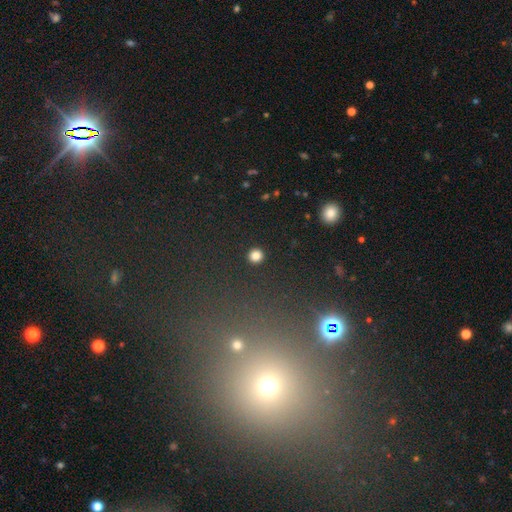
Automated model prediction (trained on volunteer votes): This appears to be a smooth galaxy with no disk features (83%) that is round (93%). Merging: none (93%).